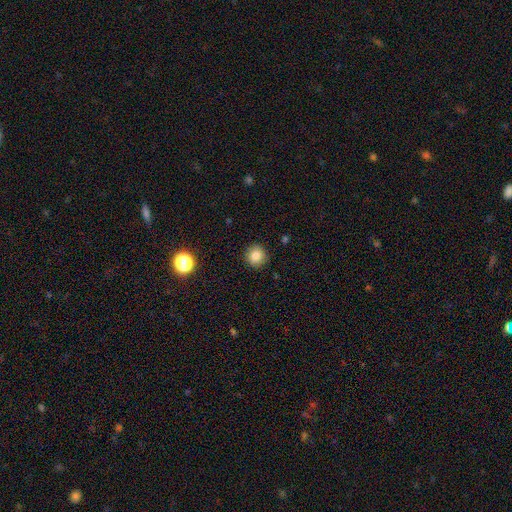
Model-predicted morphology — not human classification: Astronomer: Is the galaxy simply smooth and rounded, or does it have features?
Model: smooth — 83%.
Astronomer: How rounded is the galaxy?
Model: round — 92%.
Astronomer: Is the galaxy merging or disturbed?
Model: none — 91%.